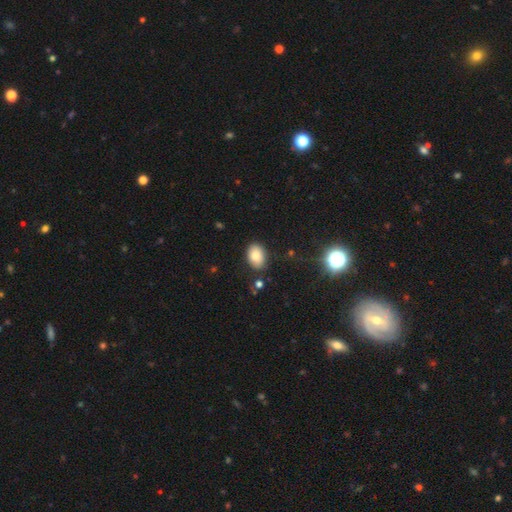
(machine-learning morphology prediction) This is clearly a smooth galaxy (82%). How rounded: clearly in between (82%). Merging: clearly none (86%).